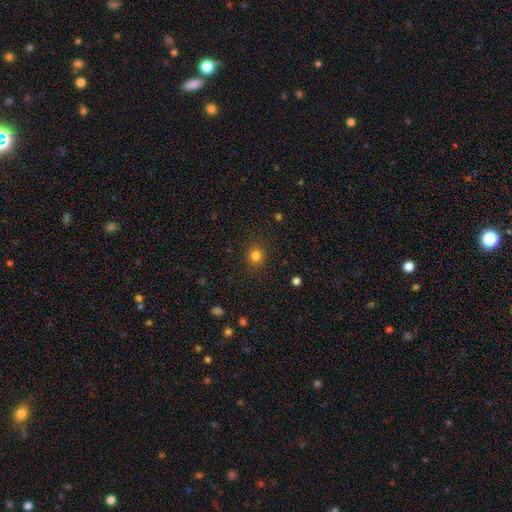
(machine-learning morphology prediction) This appears to be a smooth galaxy with no disk features (82%) that is round (86%). Merging: none (88%).